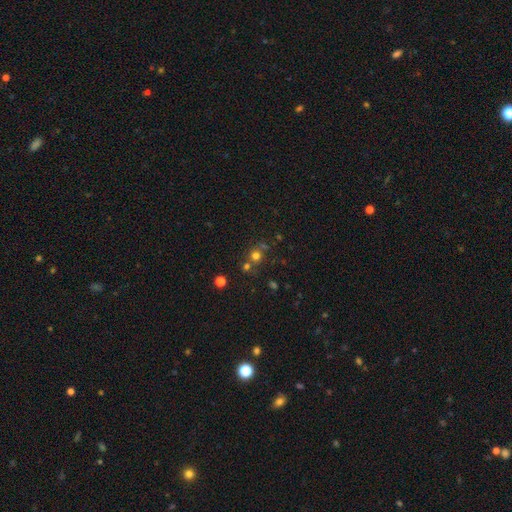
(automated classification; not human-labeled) Smooth or featured? smooth (66%)
How rounded? round (86%)
Merging? none (61%)